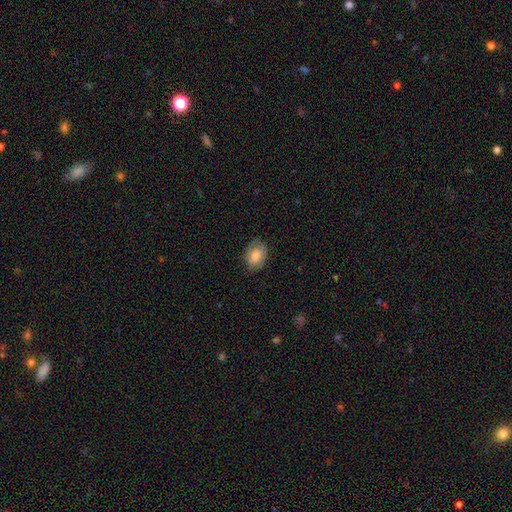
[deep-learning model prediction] Smooth or featured: smooth — 79% (featured or disk — 14%)
How rounded: in between — 79% (round — 19%)
Merging: none — 75% (minor disturbance — 19%)